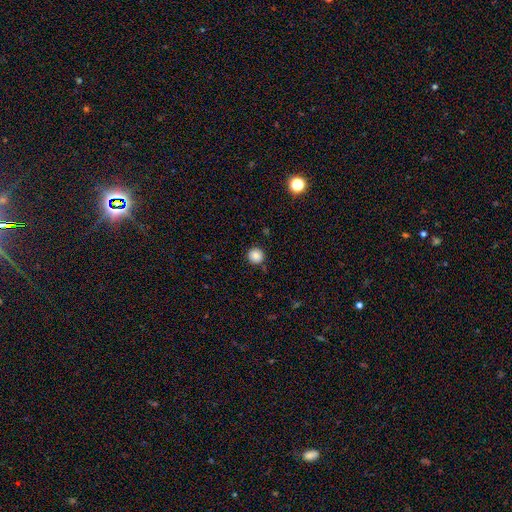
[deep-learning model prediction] A smooth galaxy with no disk features (84%) that is round (96%). Merging: none (89%).